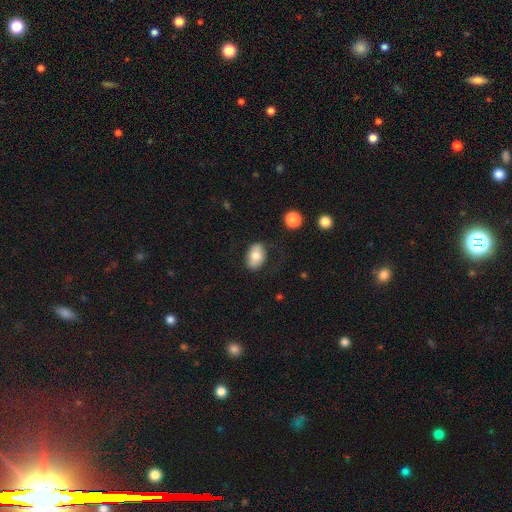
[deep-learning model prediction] A smooth galaxy with no disk features (74%) that is in between round and cigar-shaped (87%).

Vote fractions:
- Smooth or featured? smooth: 74% / featured or disk: 19% / star or artifact: 7%
- How rounded? in between: 87% / round: 12% / cigar-shaped: 1%
- Merging? none: 72% / minor disturbance: 18% / major disturbance: 8% / merger: 2%